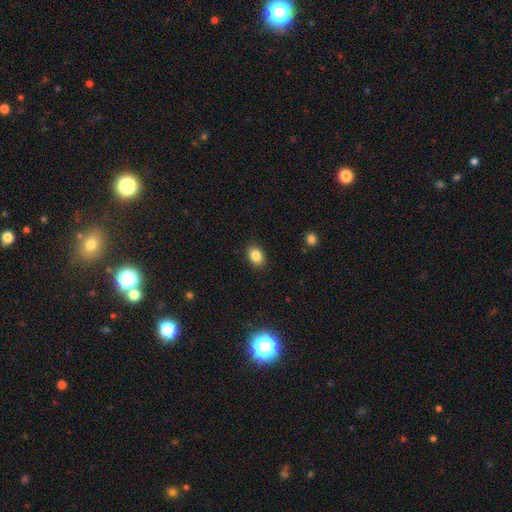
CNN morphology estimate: type=smooth (85%); roundness=in between (72%); merging=none (88%).